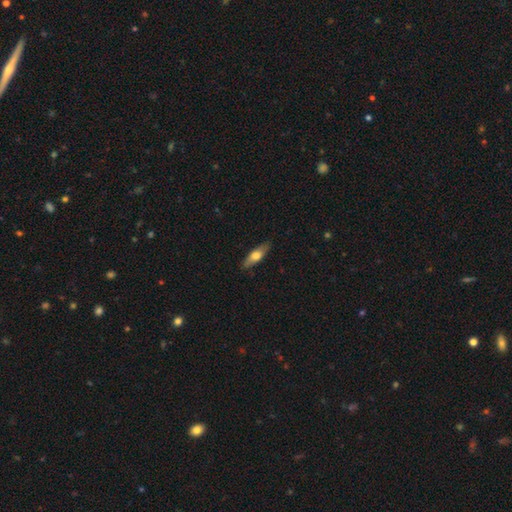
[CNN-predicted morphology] smooth_or_featured: smooth (p=0.57) [alt: featured or disk p=0.37]
how_rounded: cigar-shaped (p=0.52) [alt: in between p=0.45]
merging: none (p=0.86) [alt: minor disturbance p=0.11]